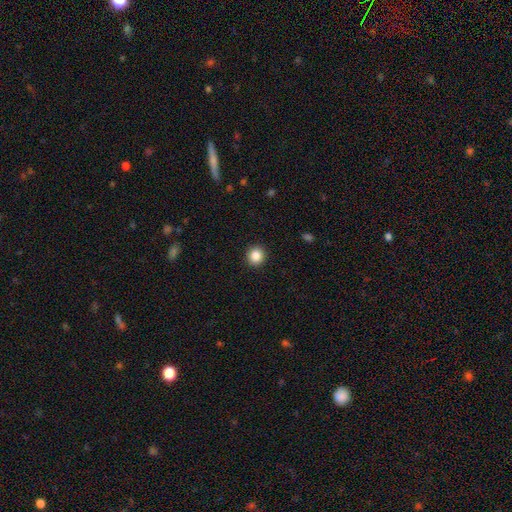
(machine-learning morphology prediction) smooth_or_featured: smooth (p=0.86) [alt: star or artifact p=0.10]
how_rounded: round (p=0.91) [alt: in between p=0.08]
merging: none (p=0.92) [alt: minor disturbance p=0.05]